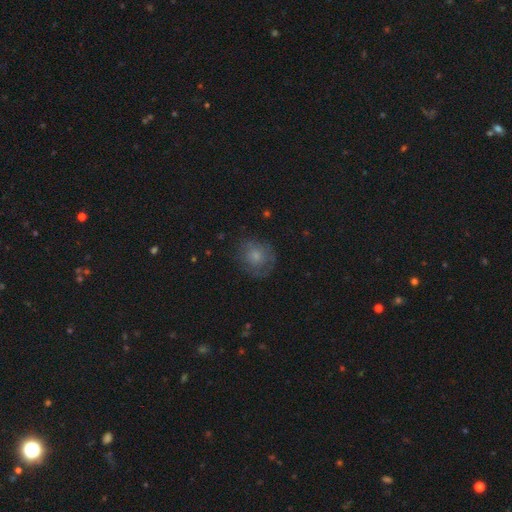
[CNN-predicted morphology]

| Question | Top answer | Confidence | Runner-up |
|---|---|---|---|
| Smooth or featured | smooth | 66% | featured or disk (24%) |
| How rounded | round | 81% | in between (18%) |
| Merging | none | 67% | minor disturbance (20%) |